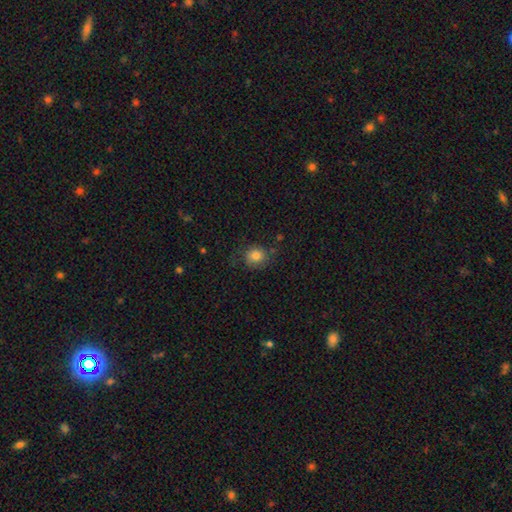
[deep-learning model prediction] This appears to be a smooth galaxy with no disk features (80%) that is round (80%). Merging: none (74%).